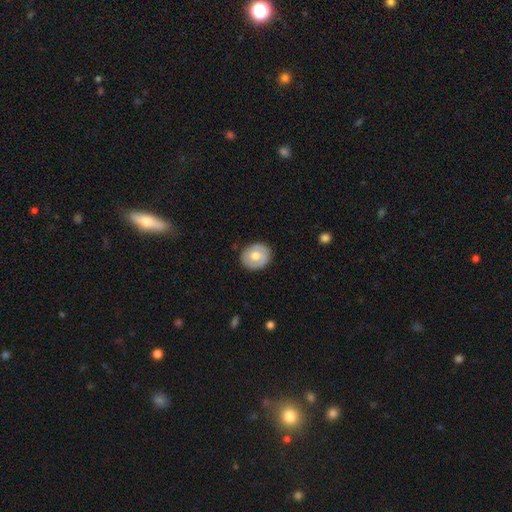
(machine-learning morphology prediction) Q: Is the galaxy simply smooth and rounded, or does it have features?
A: smooth — 57%.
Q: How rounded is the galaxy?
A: round — 66%.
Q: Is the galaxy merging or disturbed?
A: none — 85%.